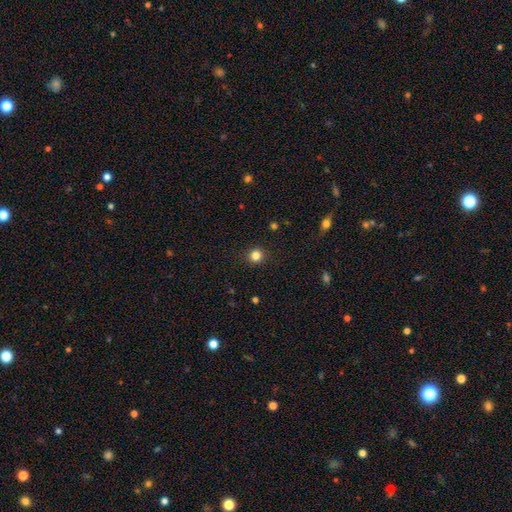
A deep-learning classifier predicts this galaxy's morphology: This appears to be a smooth galaxy with no disk features (83%) that is round (92%). Merging: none (92%).